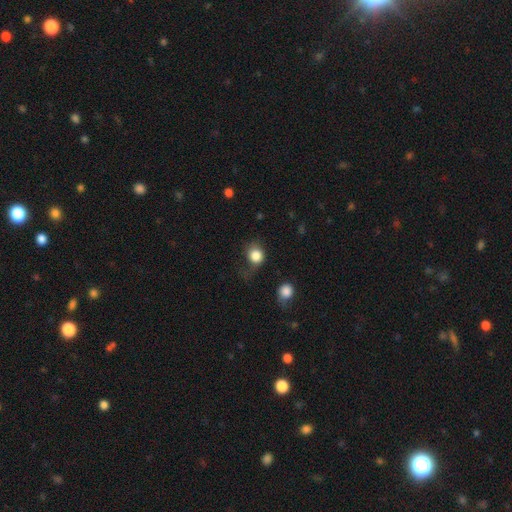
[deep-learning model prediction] A smooth galaxy with no disk features (83%) that is round (76%).

Vote fractions:
- Smooth or featured? smooth: 83% / star or artifact: 9% / featured or disk: 8%
- How rounded? round: 76% / in between: 23% / cigar-shaped: 1%
- Merging? none: 46% / minor disturbance: 27% / major disturbance: 23% / merger: 4%